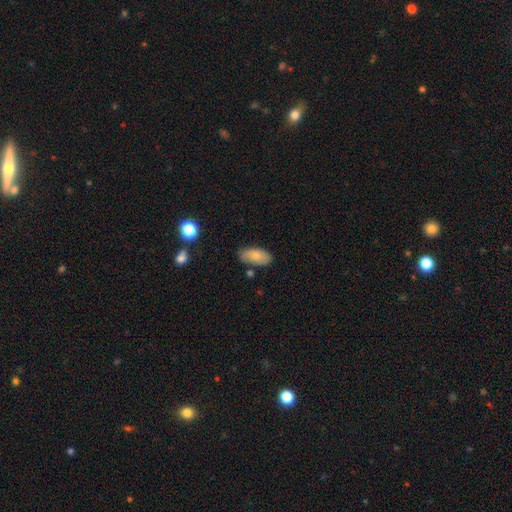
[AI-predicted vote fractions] A smooth galaxy with no disk features (78%) that is in between round and cigar-shaped (92%). Merging: none (75%).